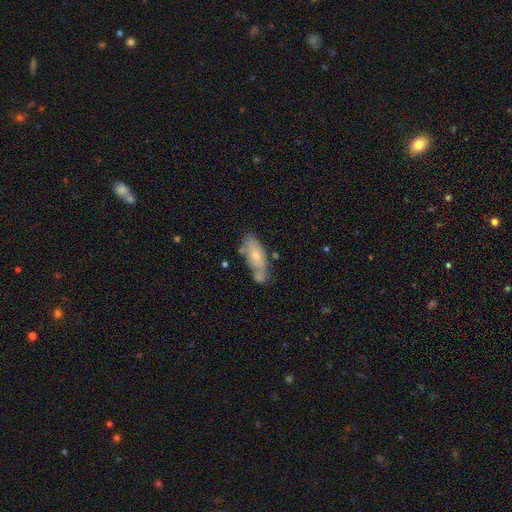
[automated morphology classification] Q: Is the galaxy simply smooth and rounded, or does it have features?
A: smooth — 62%.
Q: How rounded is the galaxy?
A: in between — 78%.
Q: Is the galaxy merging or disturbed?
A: none — 49%.